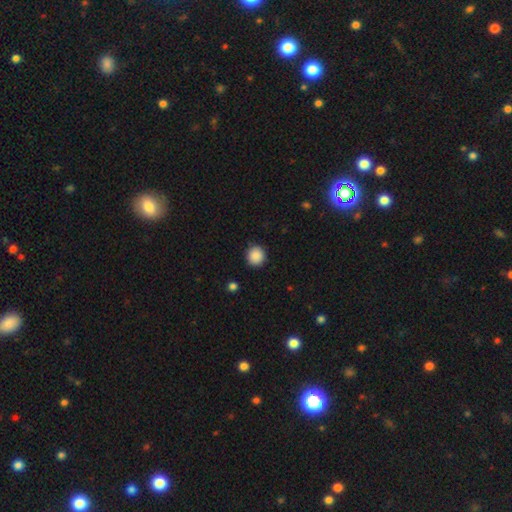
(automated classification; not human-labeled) This is clearly a smooth galaxy (89%). How rounded: clearly round (92%). Merging: clearly none (91%).